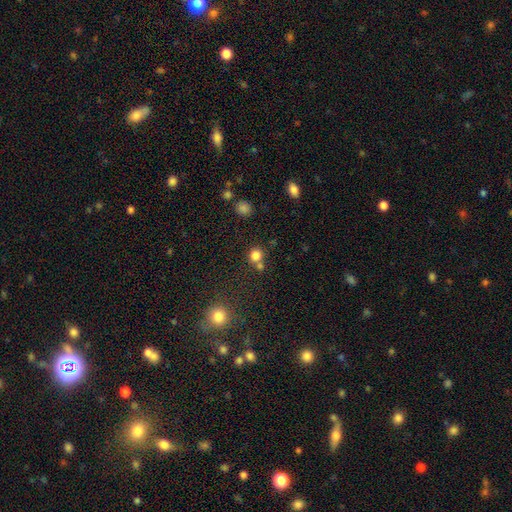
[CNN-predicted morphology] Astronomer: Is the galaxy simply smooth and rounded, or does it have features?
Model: smooth — 80%.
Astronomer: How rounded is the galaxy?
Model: round — 87%.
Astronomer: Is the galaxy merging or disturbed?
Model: none — 60%.